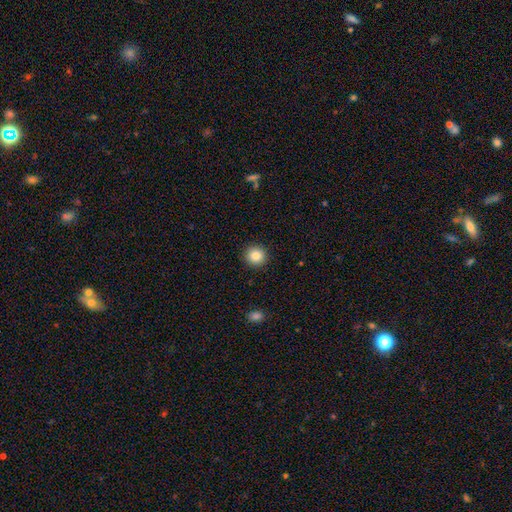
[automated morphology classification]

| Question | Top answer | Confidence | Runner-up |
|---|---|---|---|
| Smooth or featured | smooth | 85% | star or artifact (9%) |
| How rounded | round | 93% | in between (6%) |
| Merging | none | 92% | minor disturbance (5%) |